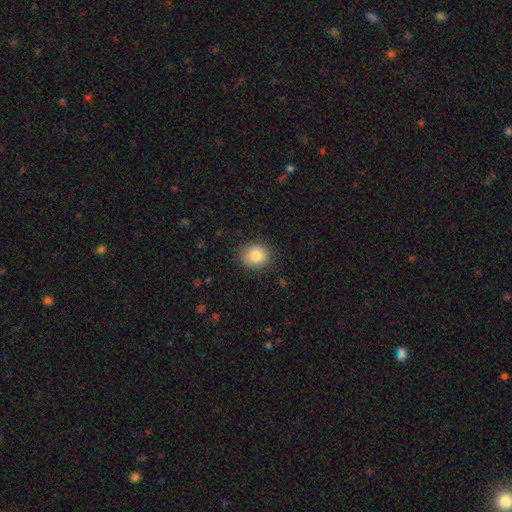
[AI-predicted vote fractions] A smooth galaxy with no disk features (82%) that is round (78%). Merging: none (88%).